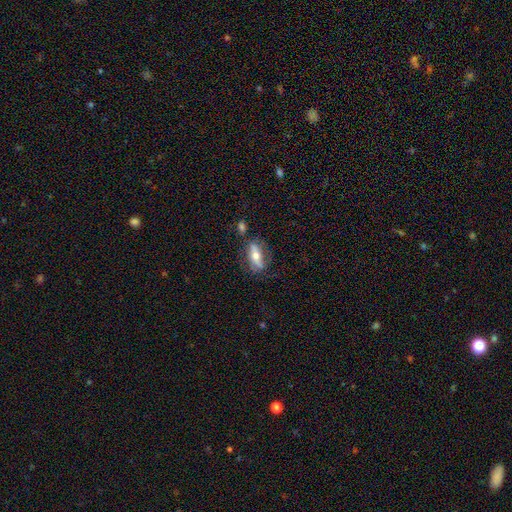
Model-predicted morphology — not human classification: smooth_or_featured: featured or disk (p=0.50) [alt: smooth p=0.42]
disk_edge_on: no (p=0.58) [alt: yes p=0.42]
merging: none (p=0.66) [alt: minor disturbance p=0.19]